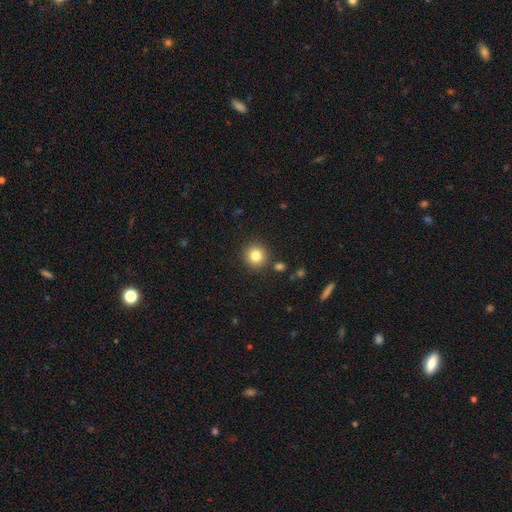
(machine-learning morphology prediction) smooth-or-featured: smooth: 81% | star or artifact: 11% | featured or disk: 7%
  how-rounded: round: 93% | in between: 6% | cigar-shaped: 1%
  merging: none: 87% | minor disturbance: 7% | merger: 4% | major disturbance: 2%